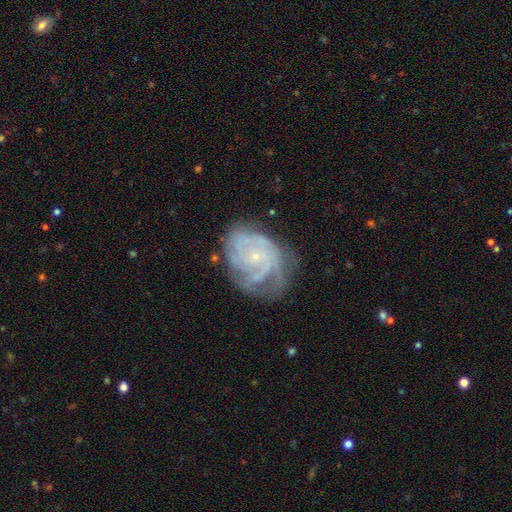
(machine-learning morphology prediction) smooth-or-featured: featured or disk: 82% | smooth: 11% | star or artifact: 8%
  disk-edge-on: no: 97% | yes: 3%
    bar: no: 75% | weak: 21% | strong: 4%
    has-spiral-arms: yes: 94% | no: 6%
      spiral-winding: tight: 61% | medium: 31% | loose: 8%
      spiral-arm-count: can't tell: 31% | 3: 25% | 2: 16% | 4: 15% | more than 4: 7% | 1: 6%
    bulge-size: small: 83% | moderate: 12% | none: 3% | large: 1% | dominant: 1%
  merging: none: 58% | minor disturbance: 25% | major disturbance: 15% | merger: 2%